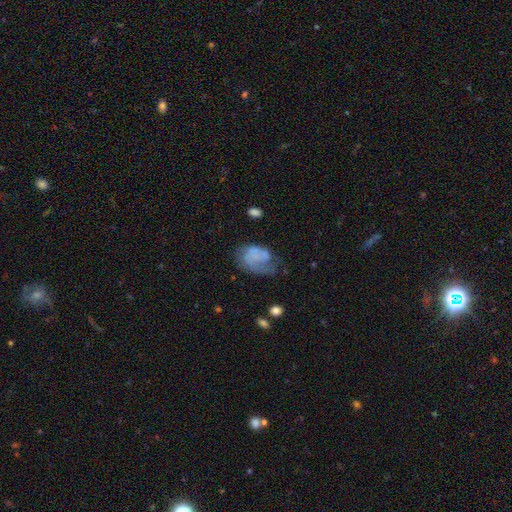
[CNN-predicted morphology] This appears to be a smooth galaxy with no disk features (45%, tied with featured or disk). Merging: major disturbance (35%).